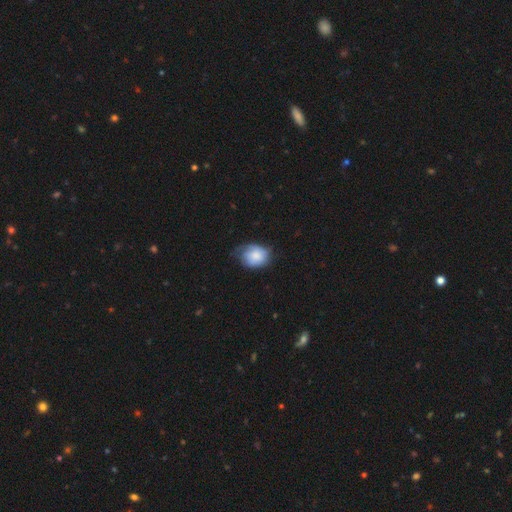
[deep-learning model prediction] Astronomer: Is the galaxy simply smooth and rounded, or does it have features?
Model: smooth — 67%.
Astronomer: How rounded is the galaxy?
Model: in between — 58% (runner-up: round, 41%).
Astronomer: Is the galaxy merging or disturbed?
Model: none — 41% (runner-up: minor disturbance, 40%).